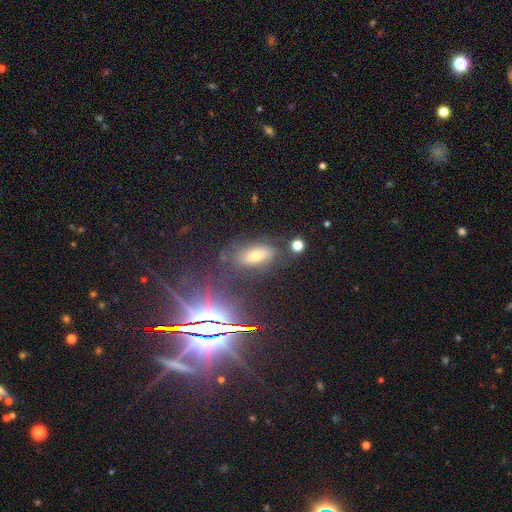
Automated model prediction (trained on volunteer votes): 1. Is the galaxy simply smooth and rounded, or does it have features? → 47% star or artifact, 30% smooth, 23% featured or disk.